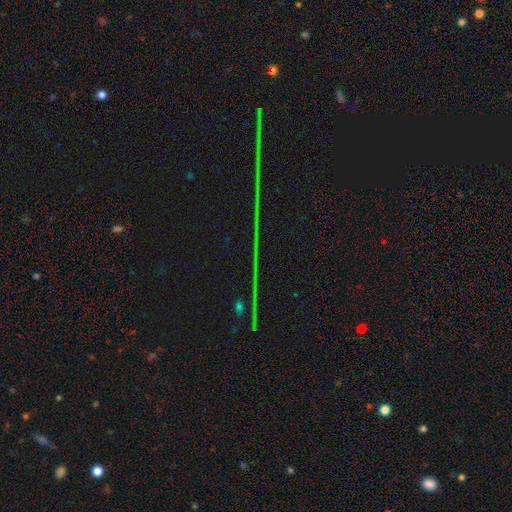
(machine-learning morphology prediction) Smooth or featured? star or artifact (85%)